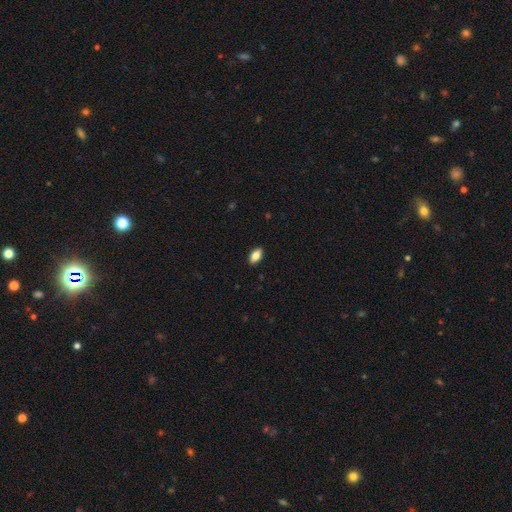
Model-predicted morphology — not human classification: Smooth or featured? smooth (82%)
How rounded? in between (90%)
Merging? none (89%)